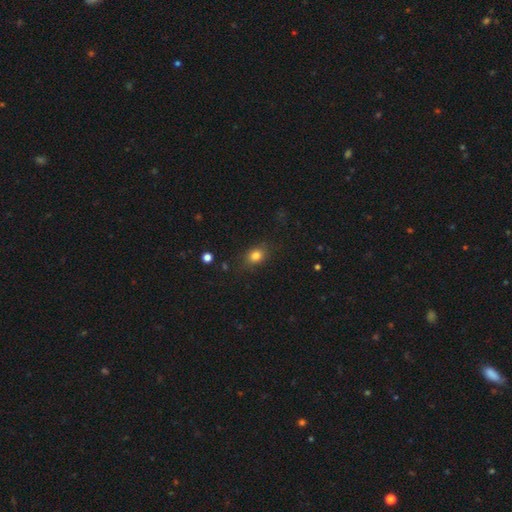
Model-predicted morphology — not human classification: A smooth galaxy with no disk features (81%) that is in between round and cigar-shaped (54%). Merging: none (81%).